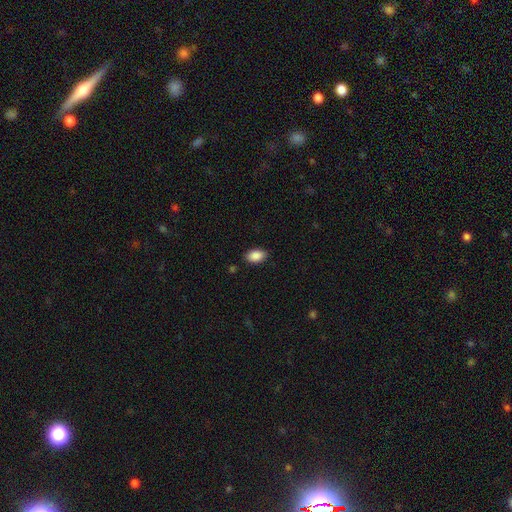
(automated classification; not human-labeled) smooth_or_featured: smooth (p=0.89) [alt: star or artifact p=0.07]
how_rounded: in between (p=0.91) [alt: round p=0.08]
merging: none (p=0.85) [alt: minor disturbance p=0.11]